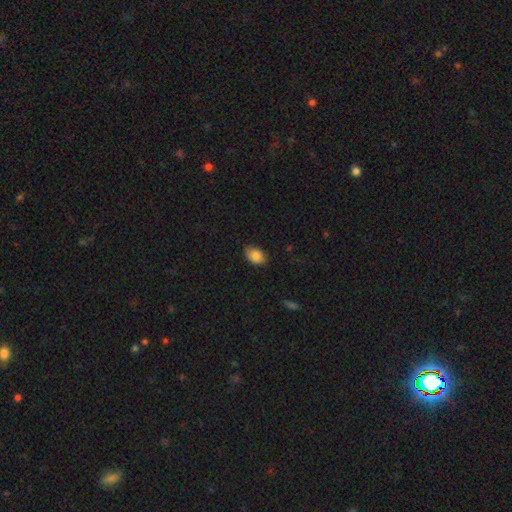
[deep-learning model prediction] Smooth or featured? Predicted: smooth (p=0.85). How rounded? Predicted: in between (p=0.86). Merging? Predicted: none (p=0.78).